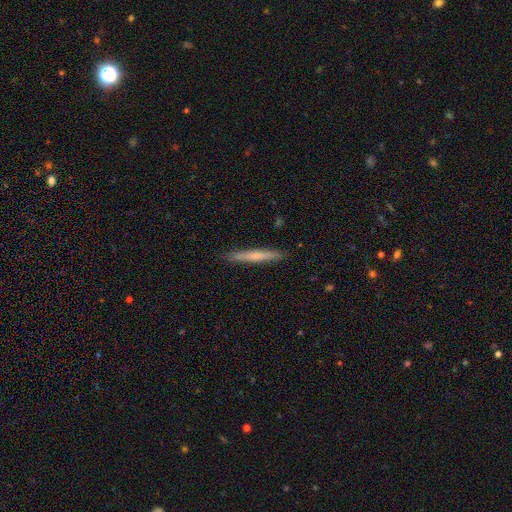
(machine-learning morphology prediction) Smooth or featured? Predicted: smooth (p=0.58). How rounded? Predicted: cigar-shaped (p=0.96). Merging? Predicted: none (p=0.90).